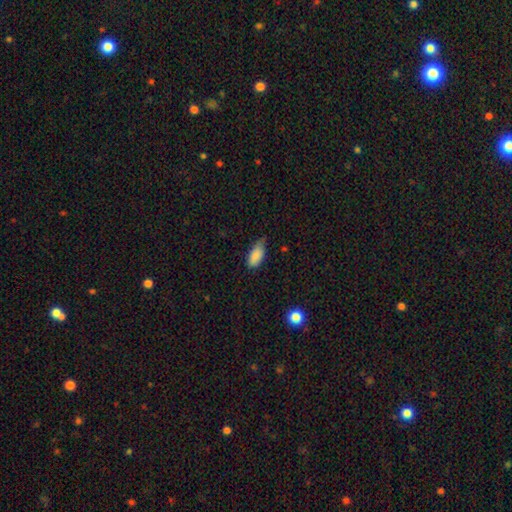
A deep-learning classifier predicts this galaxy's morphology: type=smooth (87%); roundness=in between (91%); merging=none (49%).